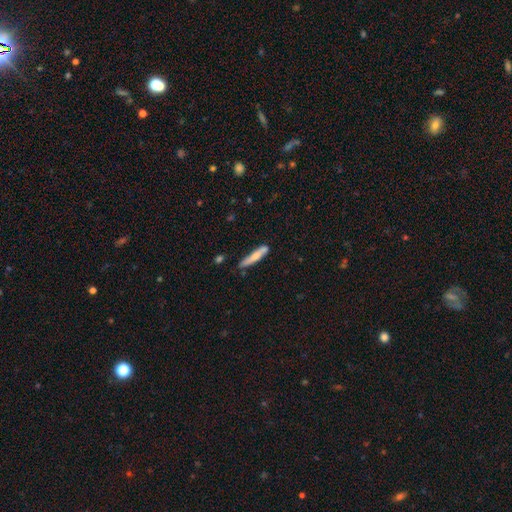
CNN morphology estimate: This is likely a smooth galaxy (68%). How rounded: clearly cigar-shaped (90%). Merging: likely none (75%).